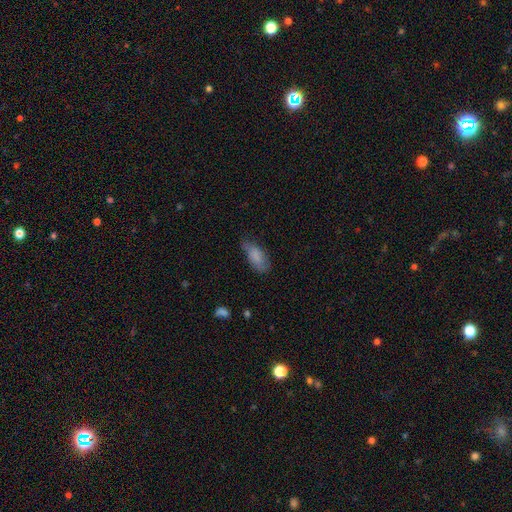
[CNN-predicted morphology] This is clearly a smooth galaxy (81%). How rounded: clearly in between (83%). Merging: likely none (61%).